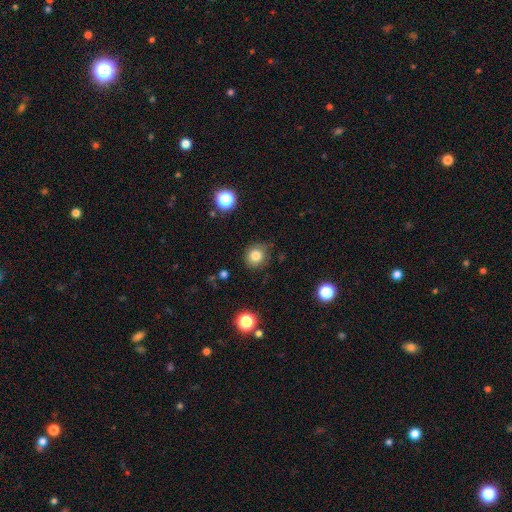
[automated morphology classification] The model was most divided on "merging": none: 79%, minor disturbance: 15%, major disturbance: 4%, merger: 2%. More confident: how rounded — round (87%); smooth or featured — smooth (81%).